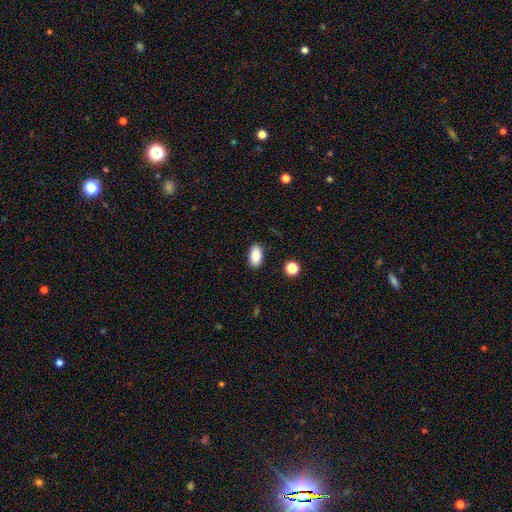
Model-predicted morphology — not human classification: This is clearly a smooth galaxy (87%). How rounded: clearly in between (93%). Merging: clearly none (88%).